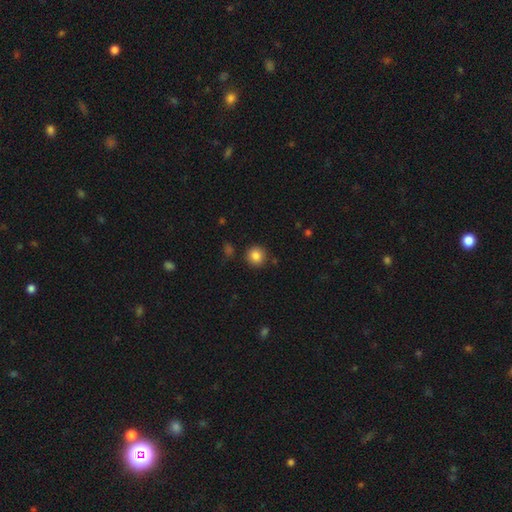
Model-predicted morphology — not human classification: A smooth galaxy with no disk features (85%) that is round (93%).

Vote fractions:
- Smooth or featured? smooth: 85% / star or artifact: 10% / featured or disk: 5%
- How rounded? round: 93% / in between: 6% / cigar-shaped: 1%
- Merging? none: 88% / minor disturbance: 7% / merger: 3% / major disturbance: 2%